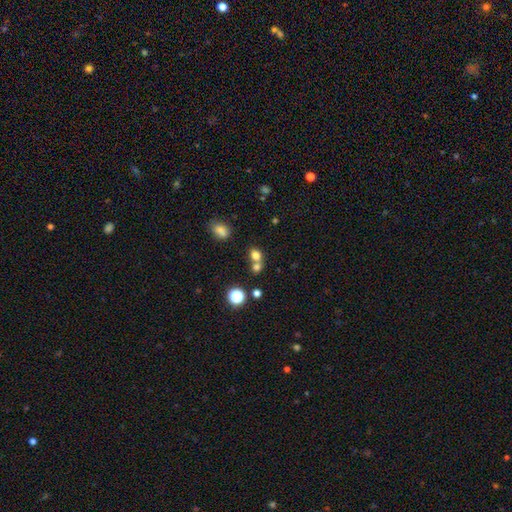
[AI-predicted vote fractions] smooth-or-featured: smooth: 75% | star or artifact: 16% | featured or disk: 9%
  how-rounded: round: 65% | in between: 33% | cigar-shaped: 1%
  merging: merger: 49% | none: 41% | minor disturbance: 7% | major disturbance: 3%